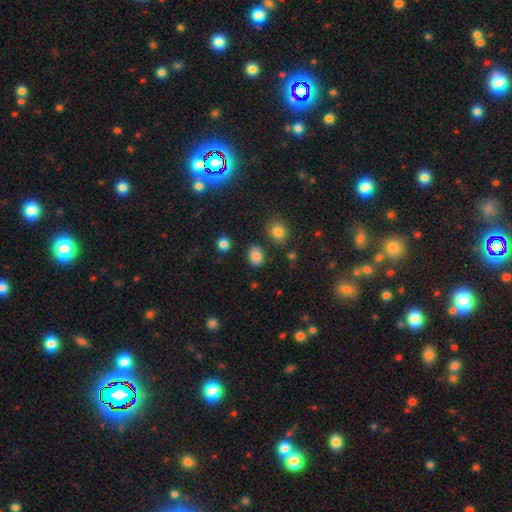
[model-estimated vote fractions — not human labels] smooth_or_featured: smooth (p=0.83) [alt: star or artifact p=0.12]
how_rounded: in between (p=0.57) [alt: round p=0.42]
merging: none (p=0.83) [alt: minor disturbance p=0.11]